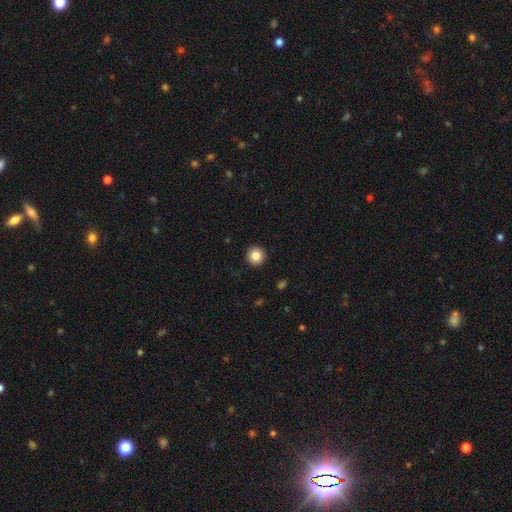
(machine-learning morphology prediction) Smooth or featured? smooth (84%)
How rounded? round (96%)
Merging? none (93%)